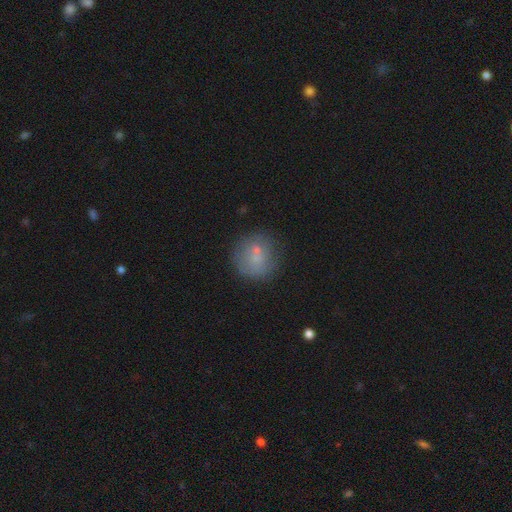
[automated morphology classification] Smooth or featured? smooth (66%)
How rounded? round (86%)
Merging? none (74%)